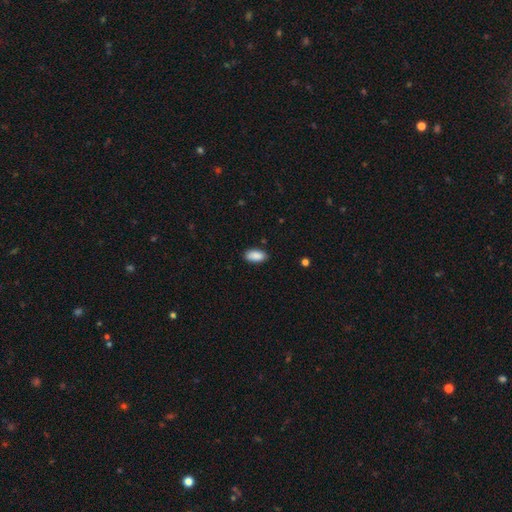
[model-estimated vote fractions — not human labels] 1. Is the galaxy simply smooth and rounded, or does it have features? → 90% smooth, 7% star or artifact, 3% featured or disk.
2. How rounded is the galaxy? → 93% in between, 5% cigar-shaped, 2% round.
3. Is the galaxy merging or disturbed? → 88% none, 9% minor disturbance, 2% major disturbance, 1% merger.